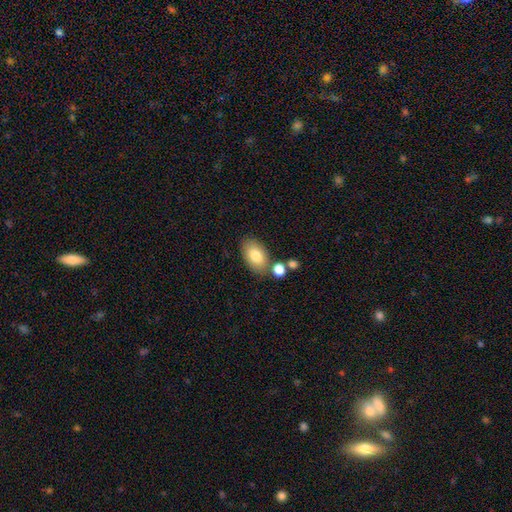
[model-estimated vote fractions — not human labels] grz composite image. It shows a smooth galaxy with no disk features (81%) that is in between round and cigar-shaped (92%). Merging: none (74%).